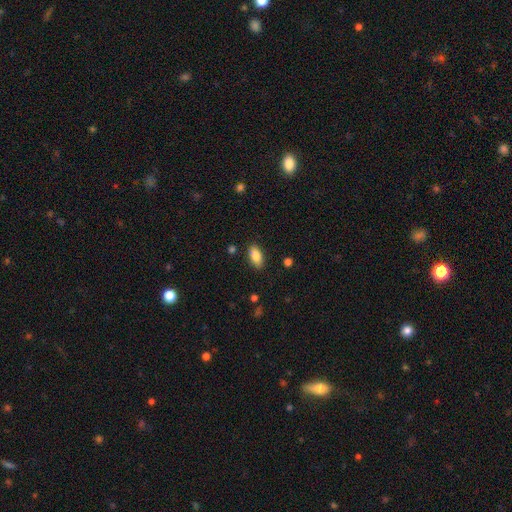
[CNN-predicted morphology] The model was most divided on "merging": none: 86%, minor disturbance: 10%, major disturbance: 2%, merger: 2%. More confident: how rounded — in between (89%); smooth or featured — smooth (84%).